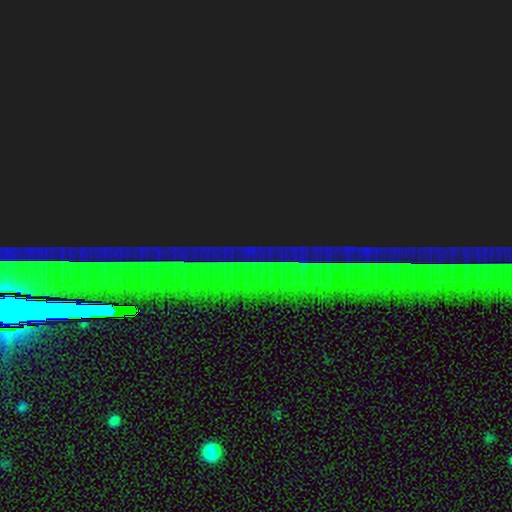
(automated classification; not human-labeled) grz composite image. It shows a star or artifact, not a galaxy (85%).